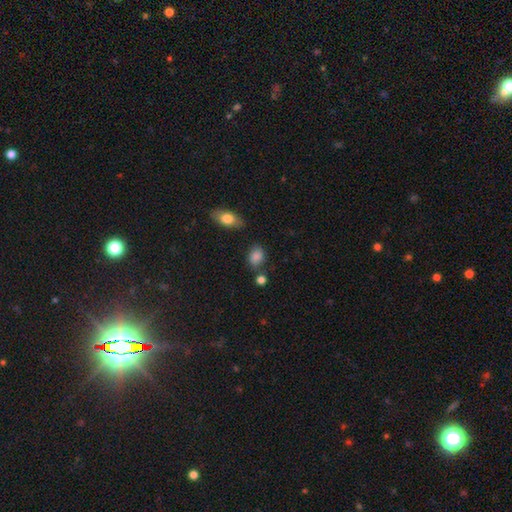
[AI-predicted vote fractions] Smooth or featured?
  - smooth: 83% *
  - star or artifact: 10%
  - featured or disk: 7%
How rounded?
  - in between: 68% *
  - round: 30%
  - cigar-shaped: 2%
Merging?
  - none: 65% *
  - minor disturbance: 21%
  - merger: 9%
  - major disturbance: 6%